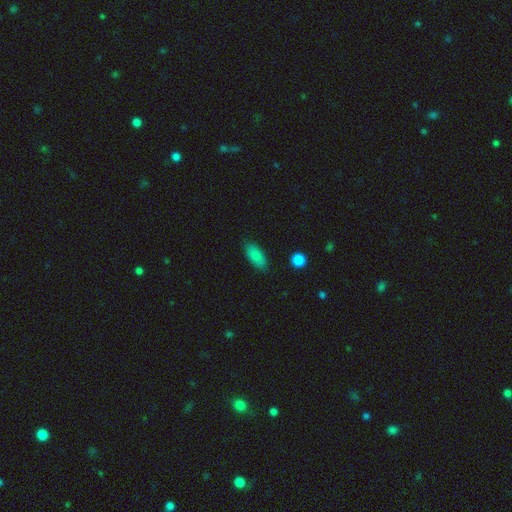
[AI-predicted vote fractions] This appears to be a smooth galaxy with no disk features (84%) that is in between round and cigar-shaped (86%). Merging: none (83%).